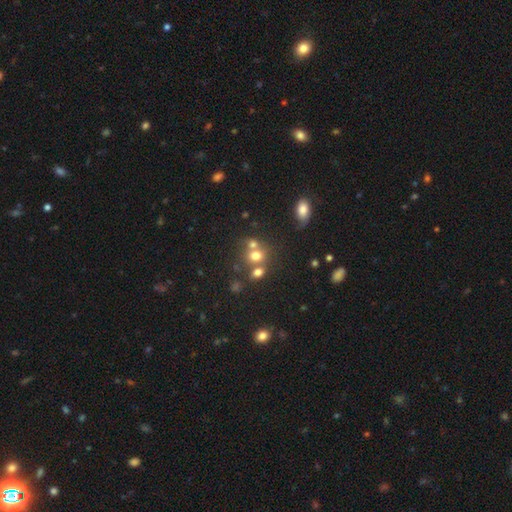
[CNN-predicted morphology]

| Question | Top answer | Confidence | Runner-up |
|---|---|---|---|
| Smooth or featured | smooth | 68% | star or artifact (17%) |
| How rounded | round | 62% | in between (37%) |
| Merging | merger | 44% | none (41%) |